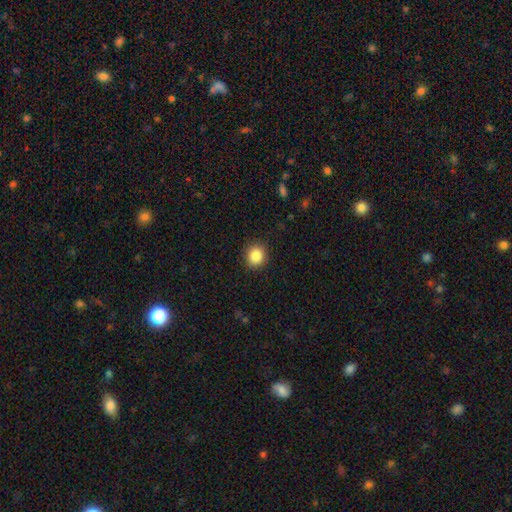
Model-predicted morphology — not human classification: This appears to be a smooth galaxy with no disk features (86%) that is round (81%). Merging: none (90%).